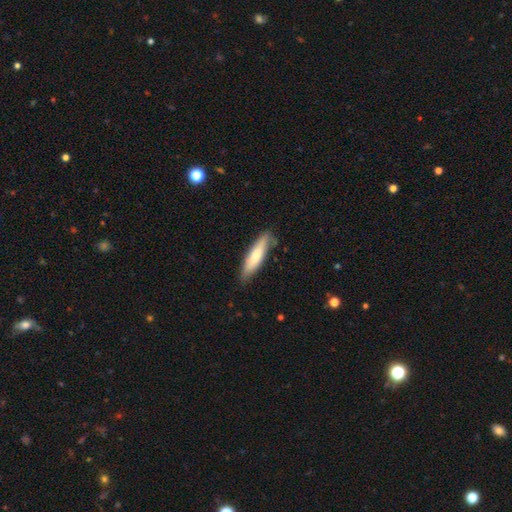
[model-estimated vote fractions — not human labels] Smooth or featured: smooth — 71% (featured or disk — 24%)
How rounded: cigar-shaped — 74% (in between — 25%)
Merging: none — 74% (minor disturbance — 21%)